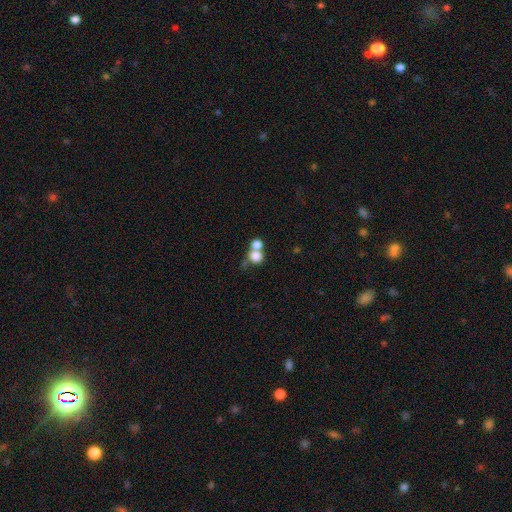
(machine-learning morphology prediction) Overall: smooth (78%). How rounded: round (75%). Merging: merger (58%; none 30%).